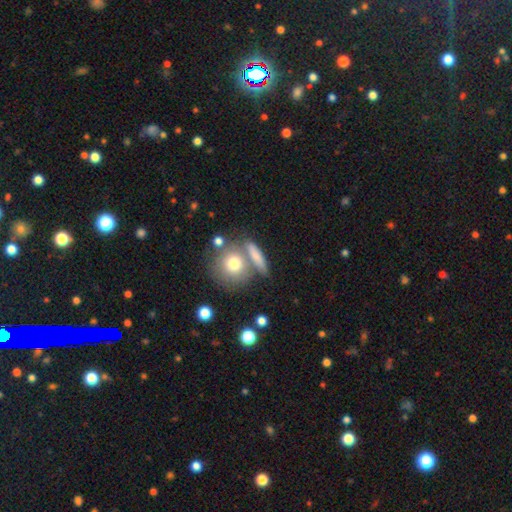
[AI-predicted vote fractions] This appears to be a smooth galaxy with no disk features (74%) that is round (46%). Merging: none (58%).